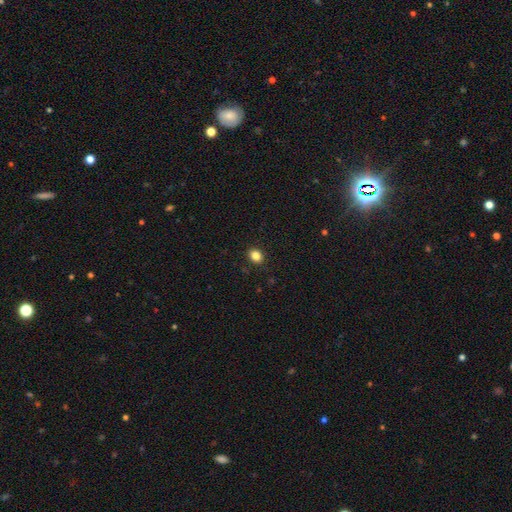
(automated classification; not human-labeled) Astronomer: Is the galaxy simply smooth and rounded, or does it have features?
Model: smooth — 84%.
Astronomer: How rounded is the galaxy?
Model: round — 53% (runner-up: in between, 46%).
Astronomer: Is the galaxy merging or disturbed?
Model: none — 90%.